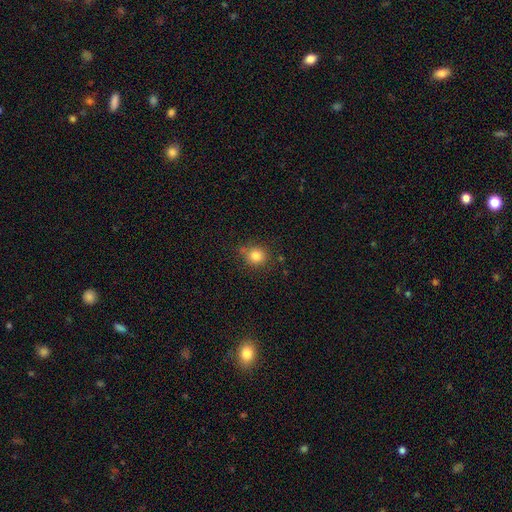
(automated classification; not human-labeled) smooth 82%, star or artifact 11%, featured or disk 7%. Down the decision tree: how rounded — round (85%); merging — none (75%).